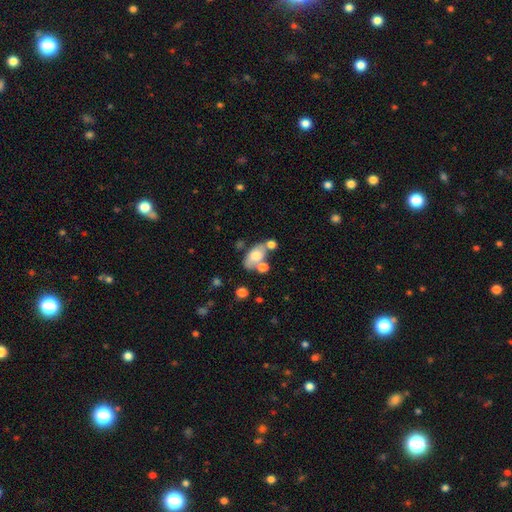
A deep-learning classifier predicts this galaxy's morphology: Overall: smooth (64%; featured or disk 27%). How rounded: in between (90%). Merging: none (39%; merger 32%).